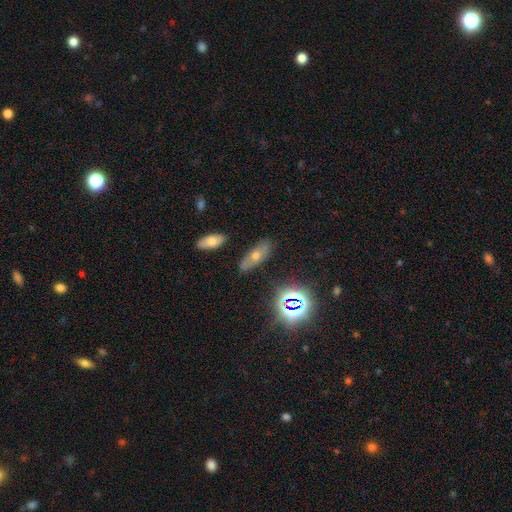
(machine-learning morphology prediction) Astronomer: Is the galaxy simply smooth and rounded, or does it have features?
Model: smooth — 36% (runner-up: star or artifact, 34%).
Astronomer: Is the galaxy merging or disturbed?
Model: none — 83%.